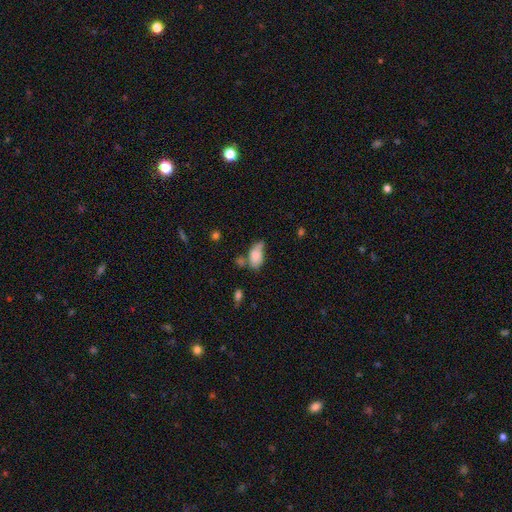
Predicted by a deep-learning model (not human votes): Smooth or featured?
  - smooth: 75% *
  - featured or disk: 16%
  - star or artifact: 9%
How rounded?
  - in between: 90% *
  - round: 7%
  - cigar-shaped: 3%
Merging?
  - minor disturbance: 32% *
  - none: 29%
  - merger: 20%
  - major disturbance: 19%